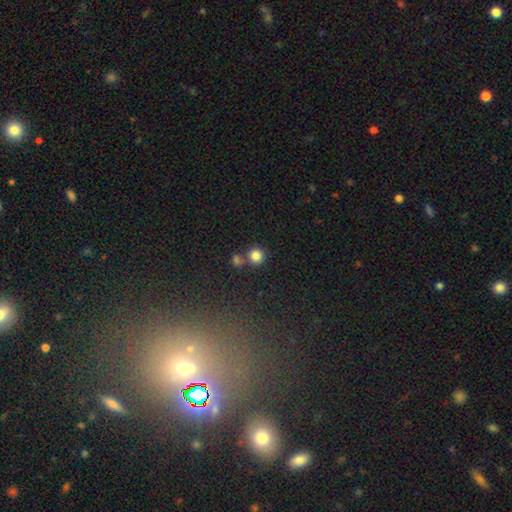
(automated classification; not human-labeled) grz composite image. It shows a smooth galaxy with no disk features (82%) that is round (94%). Merging: none (69%).